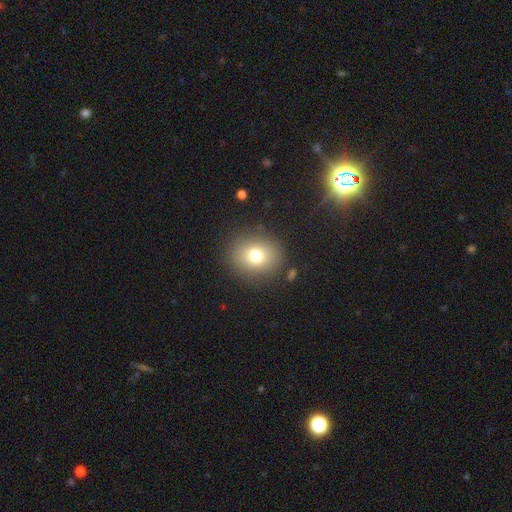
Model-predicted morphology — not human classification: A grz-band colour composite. It shows a smooth galaxy with no disk features (76%) that is round (71%). Merging: none (86%).